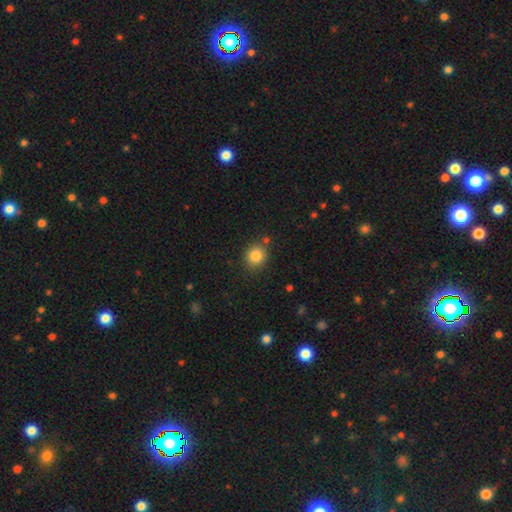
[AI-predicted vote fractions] Smooth or featured? Predicted: smooth (p=0.84). How rounded? Predicted: round (p=0.80). Merging? Predicted: none (p=0.82).